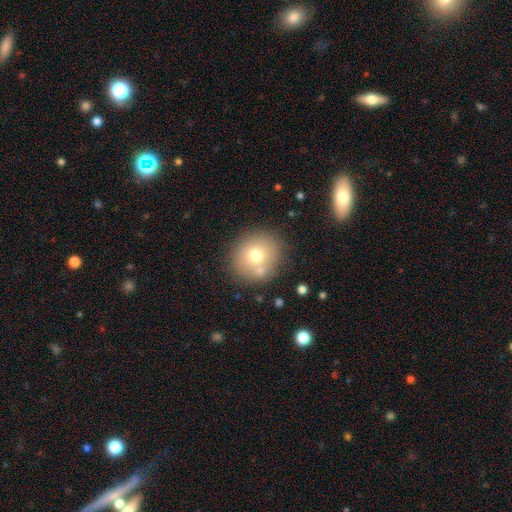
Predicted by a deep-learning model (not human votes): smooth_or_featured: smooth (p=0.69) [alt: featured or disk p=0.18]
how_rounded: round (p=0.87) [alt: in between p=0.12]
merging: none (p=0.74) [alt: merger p=0.12]